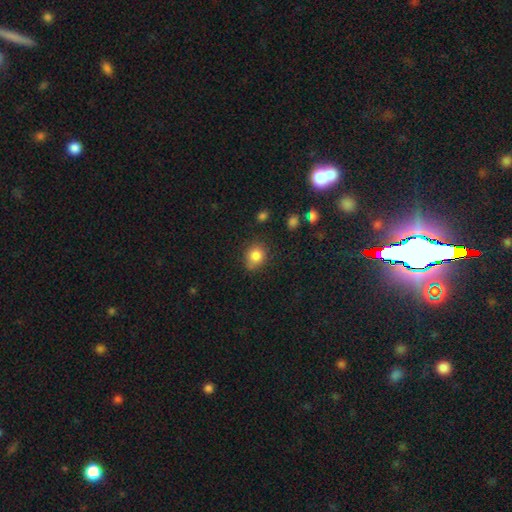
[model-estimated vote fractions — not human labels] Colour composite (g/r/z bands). It shows a smooth galaxy with no disk features (83%) that is round (65%). Merging: none (71%).